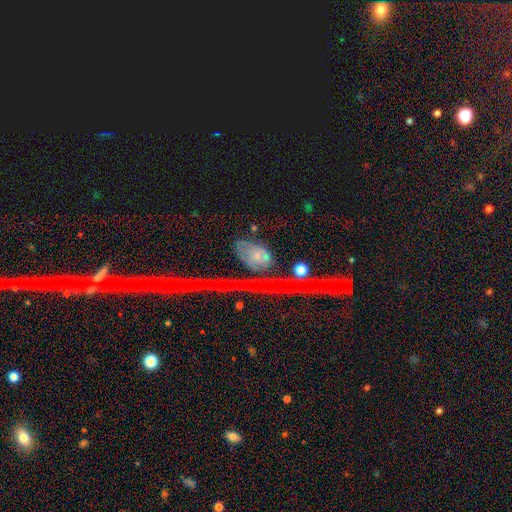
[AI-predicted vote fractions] This is marginally a smooth galaxy (36%). Merging: possibly none (56%).